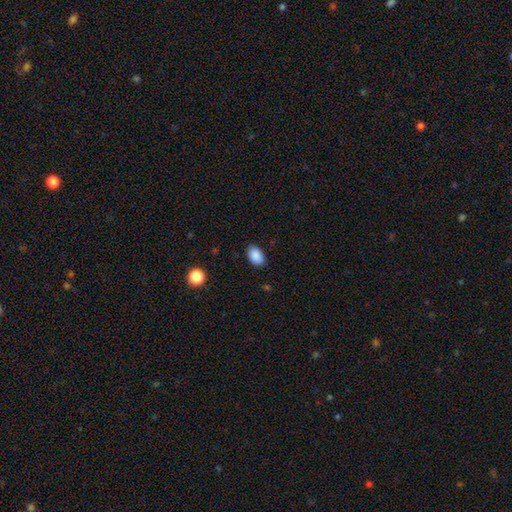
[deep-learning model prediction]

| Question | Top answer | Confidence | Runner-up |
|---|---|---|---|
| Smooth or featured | smooth | 89% | star or artifact (8%) |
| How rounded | in between | 90% | round (9%) |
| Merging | none | 87% | minor disturbance (10%) |